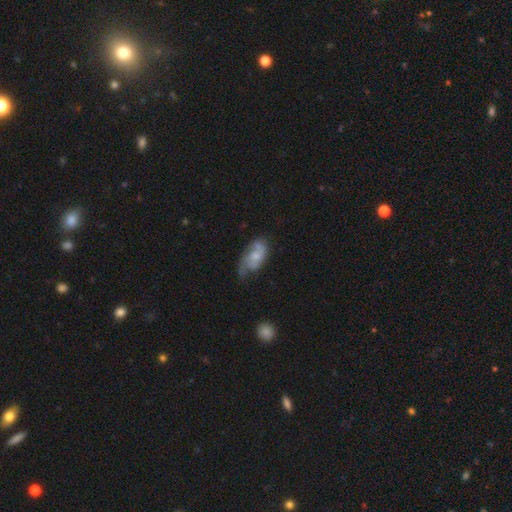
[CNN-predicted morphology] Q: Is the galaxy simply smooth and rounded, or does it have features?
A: featured or disk — 56%.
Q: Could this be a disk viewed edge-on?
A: no — 95%.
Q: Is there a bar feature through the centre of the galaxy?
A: no — 69%.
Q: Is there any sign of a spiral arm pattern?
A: yes — 82%.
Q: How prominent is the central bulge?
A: small — 48%.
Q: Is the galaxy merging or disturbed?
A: none — 43%.